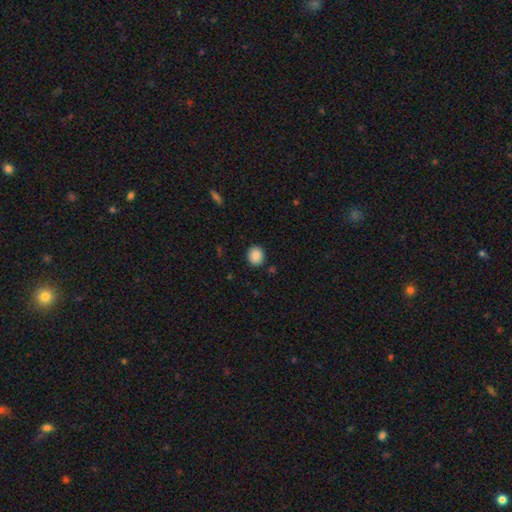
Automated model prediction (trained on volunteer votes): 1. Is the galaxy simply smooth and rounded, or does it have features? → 89% smooth, 8% star or artifact, 3% featured or disk.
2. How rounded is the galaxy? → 74% round, 25% in between, 1% cigar-shaped.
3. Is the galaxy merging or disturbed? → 87% none, 8% minor disturbance, 2% major disturbance, 2% merger.